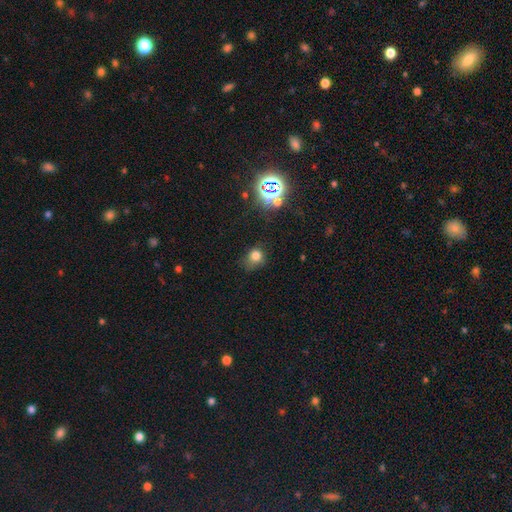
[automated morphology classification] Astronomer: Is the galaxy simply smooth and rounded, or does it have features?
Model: smooth — 72%.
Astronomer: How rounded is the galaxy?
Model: round — 67%.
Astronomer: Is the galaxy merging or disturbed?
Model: none — 56%.